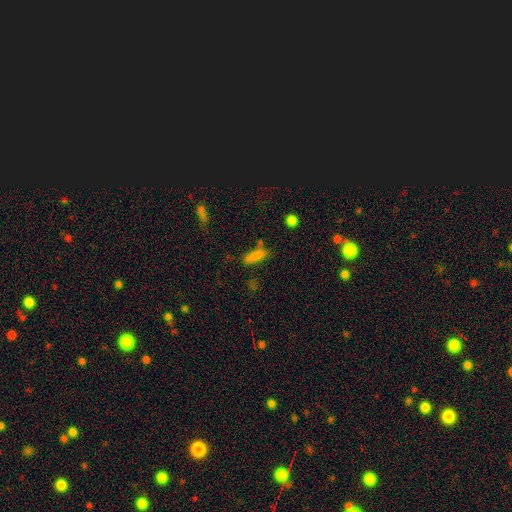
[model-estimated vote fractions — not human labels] Q: Smooth or featured?
A: smooth (80%); runner-up: star or artifact (12%)
Q: How rounded?
A: cigar-shaped (55%); runner-up: in between (42%)
Q: Merging?
A: none (64%); runner-up: minor disturbance (18%)